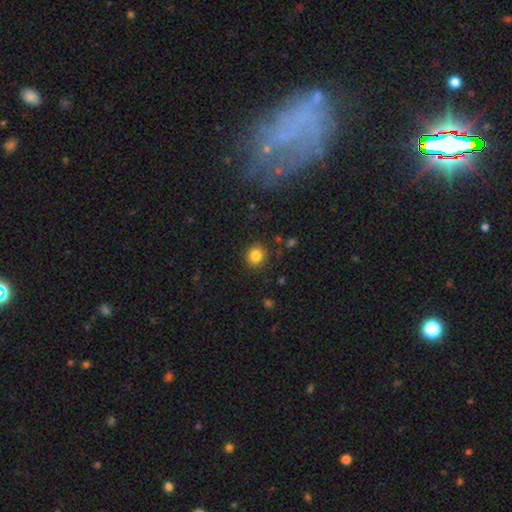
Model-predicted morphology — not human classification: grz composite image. It shows a smooth galaxy with no disk features (84%) that is round (82%). Merging: none (88%).